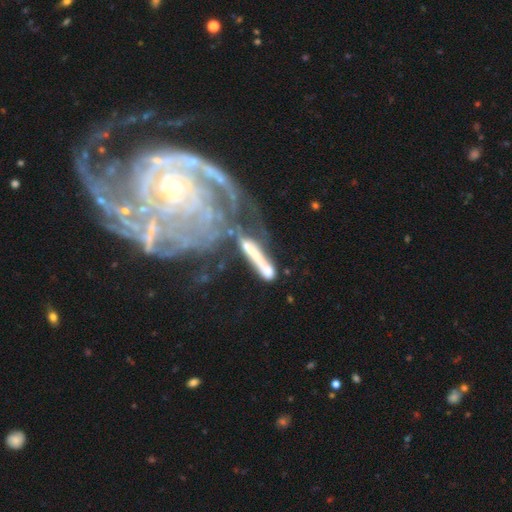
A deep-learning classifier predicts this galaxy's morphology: A featured or disk galaxy (52%).

Vote fractions:
- Smooth or featured? featured or disk: 52% / smooth: 39% / star or artifact: 9%
- Edge-on disk? no: 59% / yes: 41%
- Merging? none: 36% / merger: 28% / minor disturbance: 19% / major disturbance: 17%